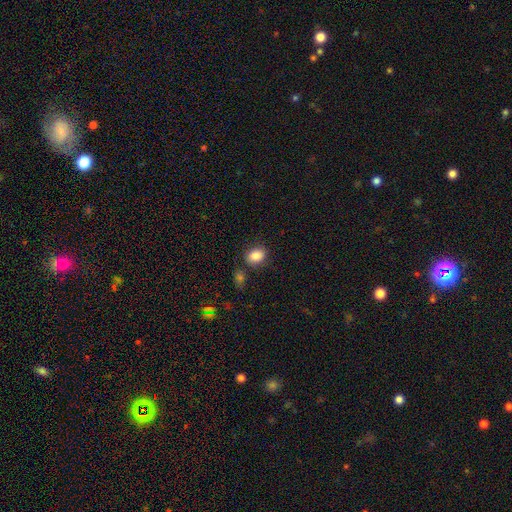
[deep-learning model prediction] Morphology: type=smooth (86%); roundness=in between (62%); merging=none (78%).